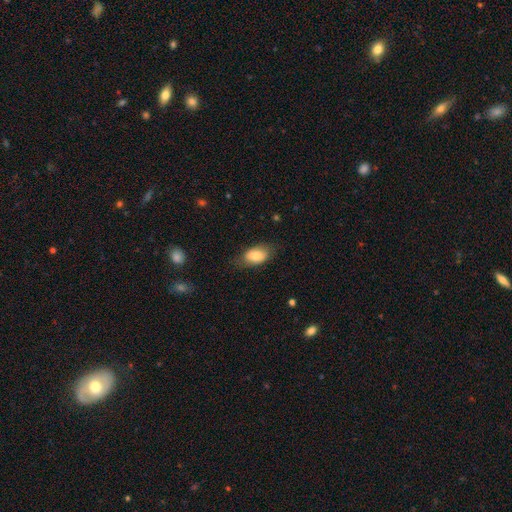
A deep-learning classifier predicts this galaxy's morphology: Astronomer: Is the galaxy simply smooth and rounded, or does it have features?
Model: smooth — 80%.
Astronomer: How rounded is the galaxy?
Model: in between — 90%.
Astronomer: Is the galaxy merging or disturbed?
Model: none — 71%.